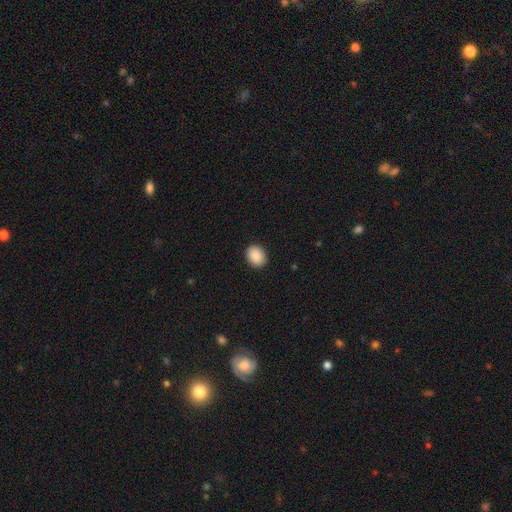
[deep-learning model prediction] Smooth or featured?
  - smooth: 89% *
  - star or artifact: 7%
  - featured or disk: 3%
How rounded?
  - in between: 54% *
  - round: 45%
  - cigar-shaped: 1%
Merging?
  - none: 91% *
  - minor disturbance: 7%
  - major disturbance: 2%
  - merger: 1%